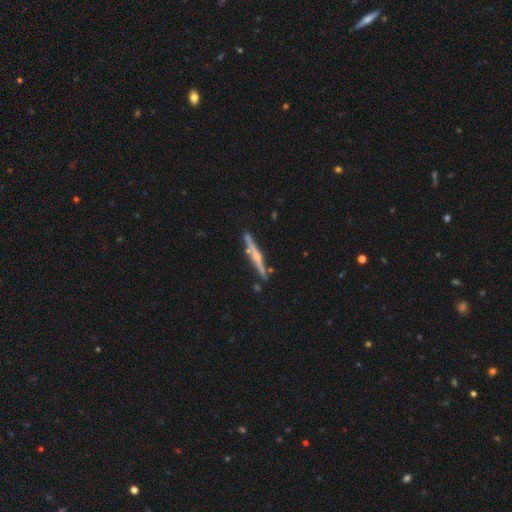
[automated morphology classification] Q: Smooth or featured?
A: featured or disk (79%); runner-up: smooth (16%)
Q: Edge-on disk?
A: yes (97%); runner-up: no (3%)
Q: Edge-on bulge?
A: rounded (82%); runner-up: none (11%)
Q: Merging?
A: none (84%); runner-up: minor disturbance (10%)